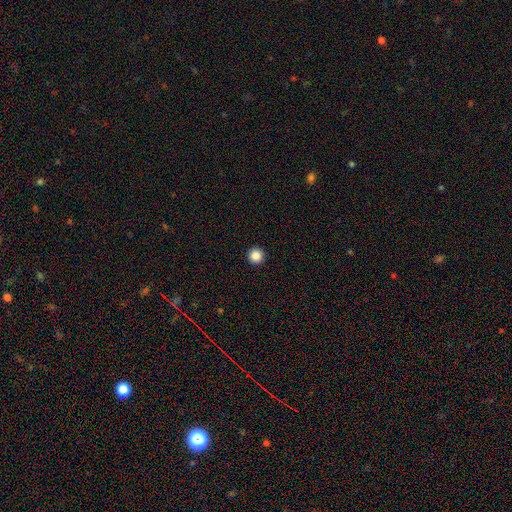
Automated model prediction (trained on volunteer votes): This is clearly a smooth galaxy (87%). How rounded: clearly round (97%). Merging: clearly none (94%).